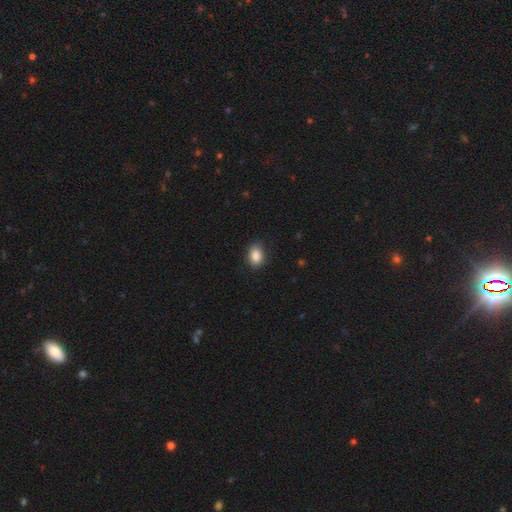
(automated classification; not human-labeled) smooth 88%, star or artifact 8%, featured or disk 4%. Down the decision tree: how rounded — in between (81%); merging — none (85%).